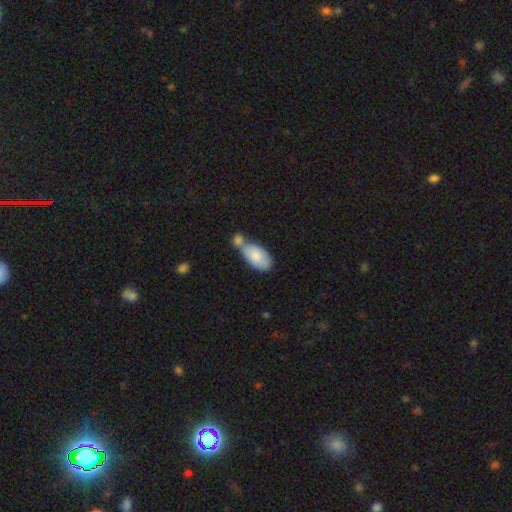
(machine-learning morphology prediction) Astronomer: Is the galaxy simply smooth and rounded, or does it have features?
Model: smooth — 82%.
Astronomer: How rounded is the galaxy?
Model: in between — 94%.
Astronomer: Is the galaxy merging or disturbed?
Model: merger — 47% (runner-up: none, 31%).